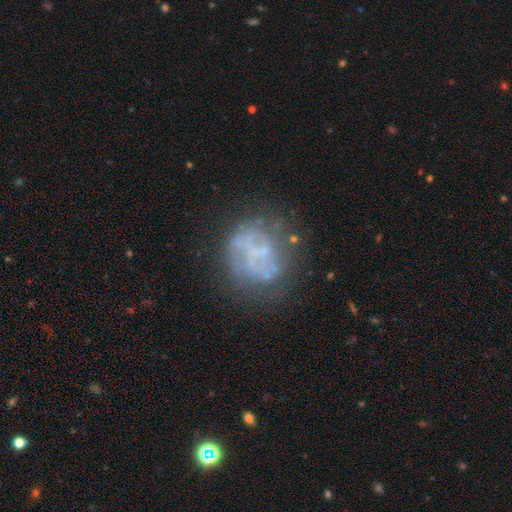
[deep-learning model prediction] This appears to be a featured or disk galaxy (57%) with no bar (81%), no spiral arms (74%) and no central bulge (72%). Merging: none (62%).